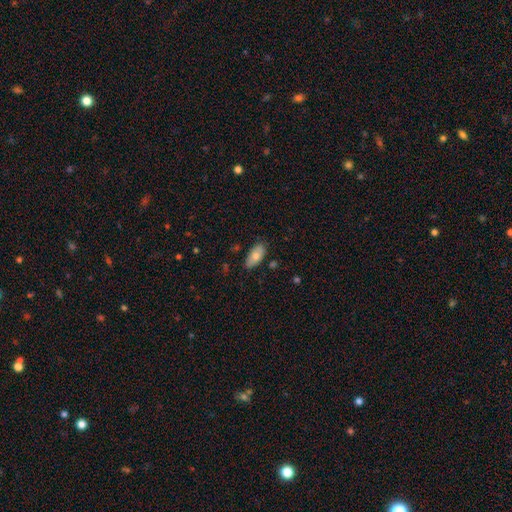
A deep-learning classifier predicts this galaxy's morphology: smooth_or_featured: smooth (p=0.75) [alt: featured or disk p=0.18]
how_rounded: in between (p=0.89) [alt: cigar-shaped p=0.08]
merging: none (p=0.82) [alt: minor disturbance p=0.14]